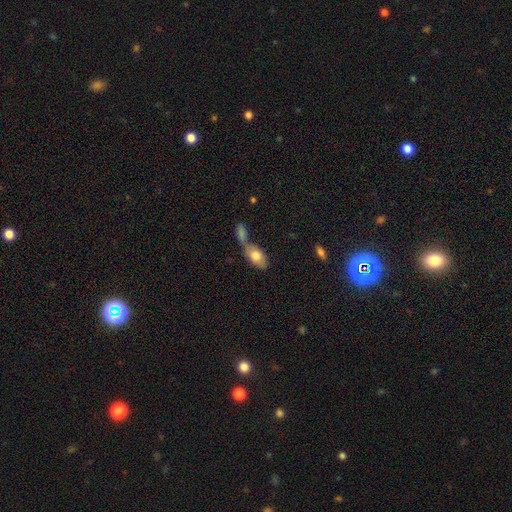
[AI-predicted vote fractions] Smooth or featured?
  - smooth: 76% *
  - featured or disk: 17%
  - star or artifact: 6%
How rounded?
  - in between: 91% *
  - round: 6%
  - cigar-shaped: 3%
Merging?
  - merger: 47% *
  - none: 35%
  - minor disturbance: 12%
  - major disturbance: 6%